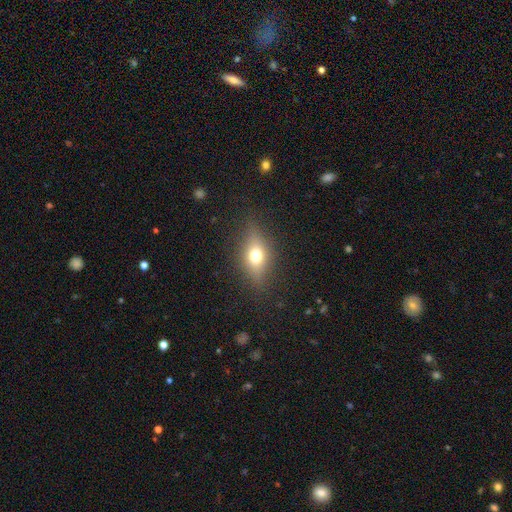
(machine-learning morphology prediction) smooth_or_featured: smooth (p=0.61) [alt: featured or disk p=0.26]
how_rounded: in between (p=0.66) [alt: round p=0.23]
merging: none (p=0.83) [alt: minor disturbance p=0.12]